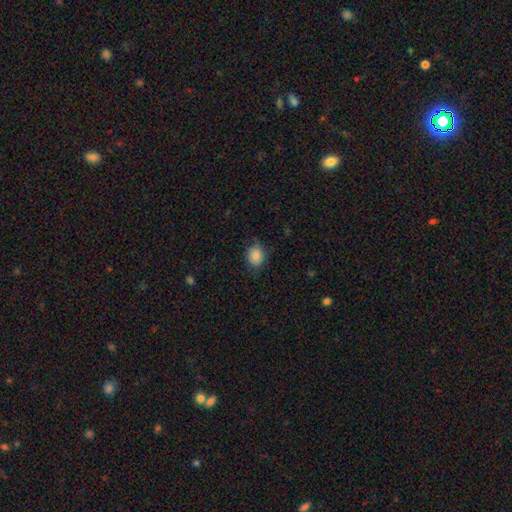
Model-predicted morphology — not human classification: smooth_or_featured: smooth (p=0.86) [alt: star or artifact p=0.08]
how_rounded: round (p=0.53) [alt: in between p=0.46]
merging: none (p=0.73) [alt: minor disturbance p=0.21]